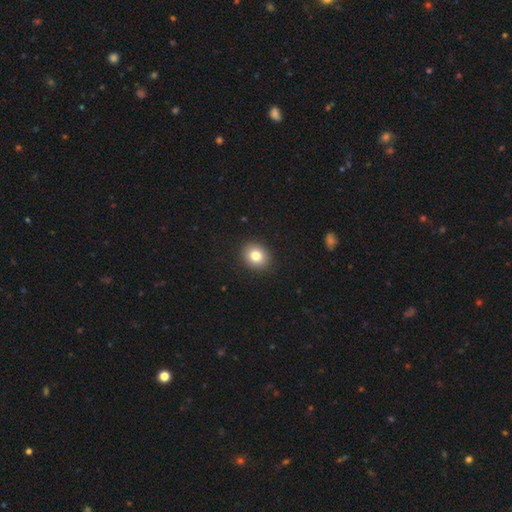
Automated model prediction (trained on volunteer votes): This is clearly a smooth galaxy (82%). How rounded: likely round (68%). Merging: clearly none (91%).